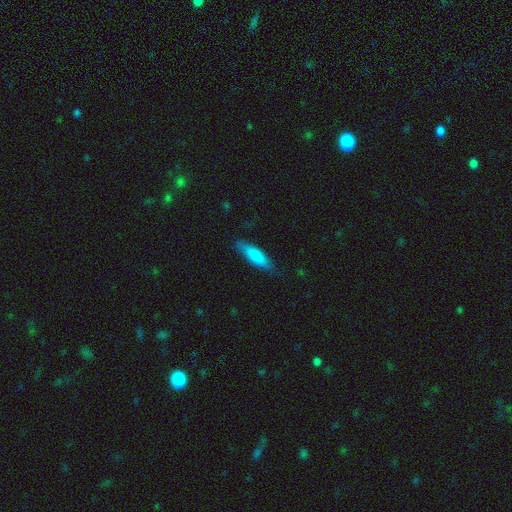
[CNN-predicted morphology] smooth_or_featured: smooth (p=0.81) [alt: featured or disk p=0.14]
how_rounded: cigar-shaped (p=0.58) [alt: in between p=0.40]
merging: none (p=0.79) [alt: minor disturbance p=0.16]